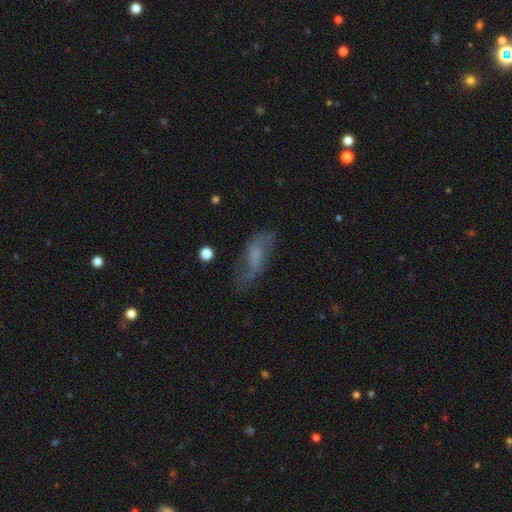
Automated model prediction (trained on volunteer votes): This is possibly a smooth galaxy (45%). Merging: possibly none (52%).